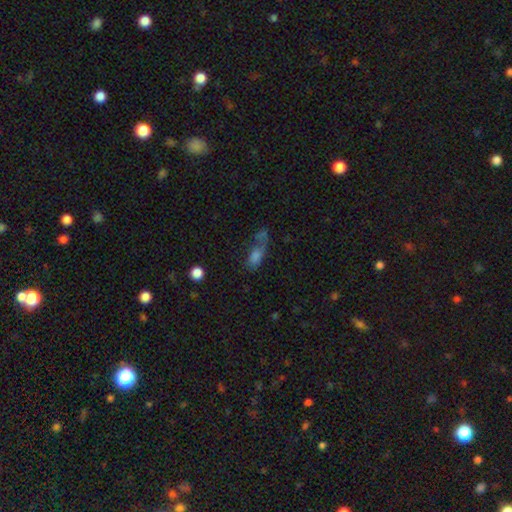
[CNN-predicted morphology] Smooth or featured? smooth (61%)
How rounded? in between (69%)
Merging? none (30%, tied with major disturbance)